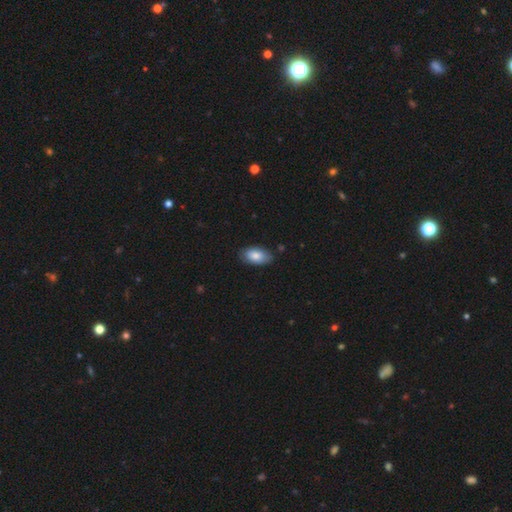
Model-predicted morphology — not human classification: Smooth or featured? smooth (82%)
How rounded? in between (94%)
Merging? none (79%)